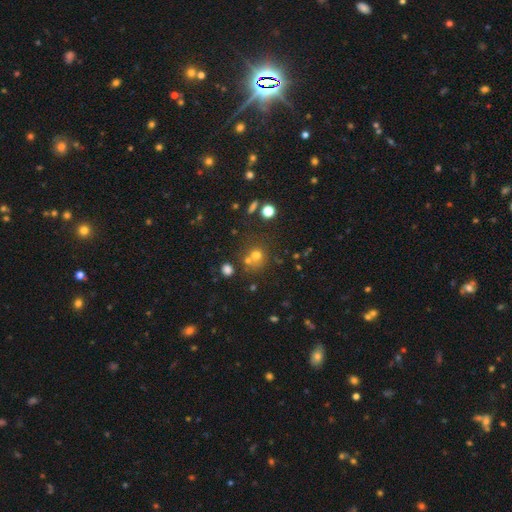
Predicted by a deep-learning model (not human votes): smooth_or_featured: smooth (p=0.59) [alt: star or artifact p=0.28]
how_rounded: round (p=0.83) [alt: in between p=0.16]
merging: none (p=0.57) [alt: merger p=0.29]